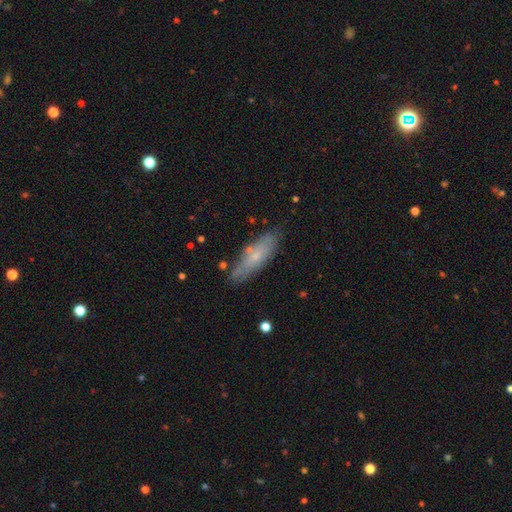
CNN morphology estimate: Smooth or featured? Predicted: smooth (p=0.57). How rounded? Predicted: cigar-shaped (p=0.51). Merging? Predicted: none (p=0.77).